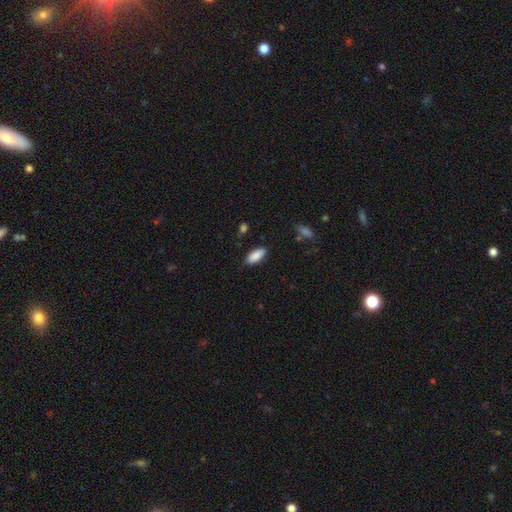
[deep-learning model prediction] Smooth or featured: smooth — 89% (star or artifact — 6%)
How rounded: in between — 83% (cigar-shaped — 16%)
Merging: none — 84% (minor disturbance — 12%)